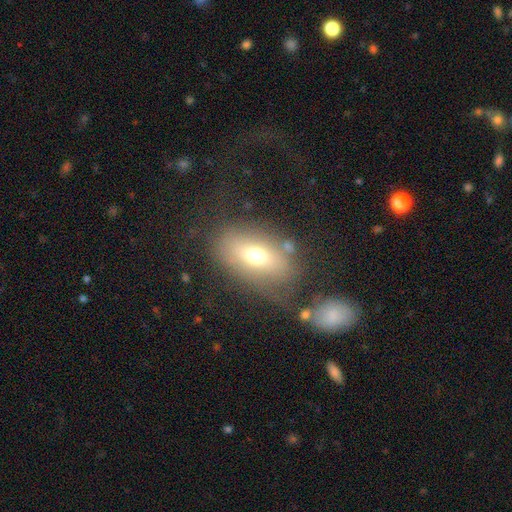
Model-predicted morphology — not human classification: type=smooth (62%); roundness=in between (84%); merging=none (56%).